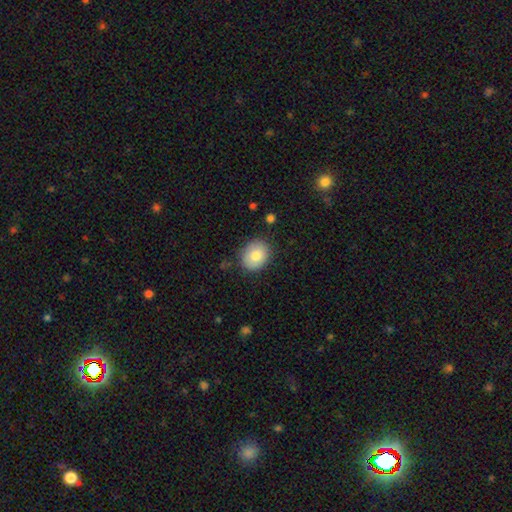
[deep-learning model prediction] smooth 81%, featured or disk 11%, star or artifact 8%. Down the decision tree: how rounded — round (51%); merging — none (83%).